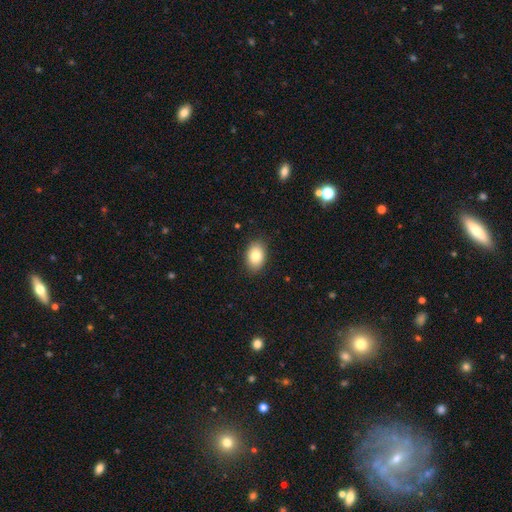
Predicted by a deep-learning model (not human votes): Smooth or featured: smooth — 82% (featured or disk — 10%)
How rounded: in between — 83% (round — 16%)
Merging: none — 87% (minor disturbance — 10%)